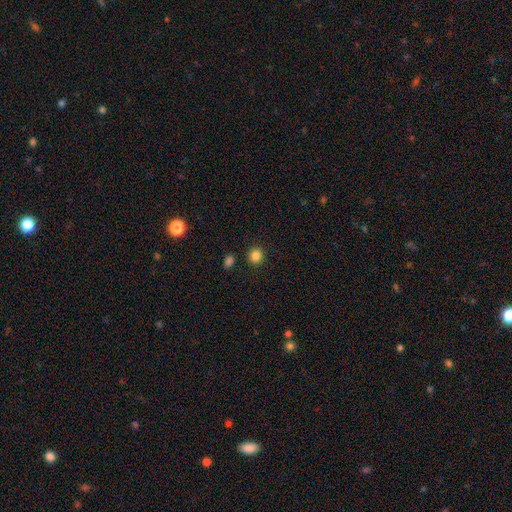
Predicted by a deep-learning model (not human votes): A smooth galaxy with no disk features (85%) that is round (85%).

Vote fractions:
- Smooth or featured? smooth: 85% / star or artifact: 11% / featured or disk: 4%
- How rounded? round: 85% / in between: 14% / cigar-shaped: 1%
- Merging? none: 89% / minor disturbance: 6% / merger: 3% / major disturbance: 2%